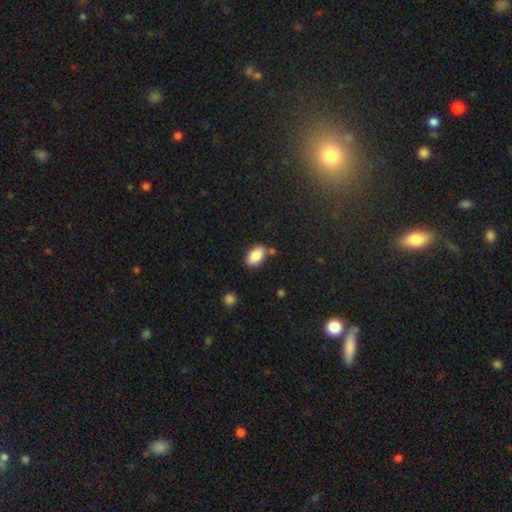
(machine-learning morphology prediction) A smooth galaxy with no disk features (85%) that is in between round and cigar-shaped (92%). Merging: none (75%).